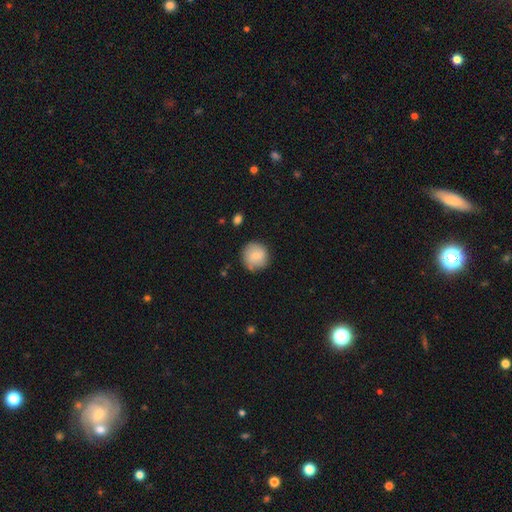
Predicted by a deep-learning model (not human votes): smooth_or_featured: smooth (p=0.74) [alt: featured or disk p=0.19]
how_rounded: round (p=0.92) [alt: in between p=0.07]
merging: none (p=0.81) [alt: minor disturbance p=0.14]